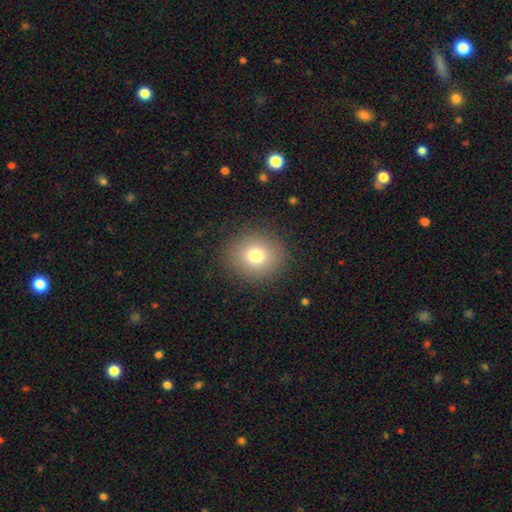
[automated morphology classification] The model was most divided on "smooth or featured": smooth: 77%, star or artifact: 13%, featured or disk: 10%. More confident: merging — none (89%); how rounded — round (86%).